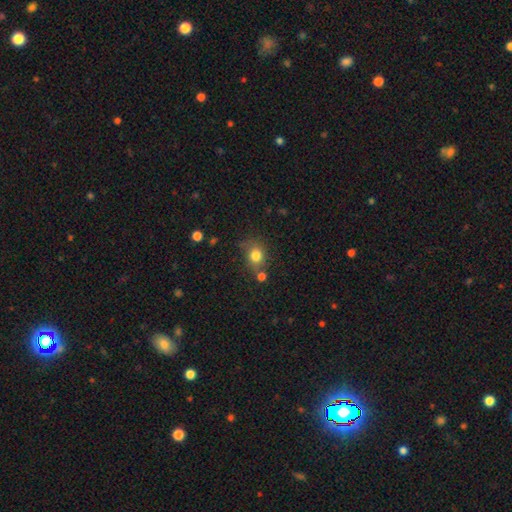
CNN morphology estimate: This is likely a smooth galaxy (79%). How rounded: likely round (67%). Merging: possibly none (60%).